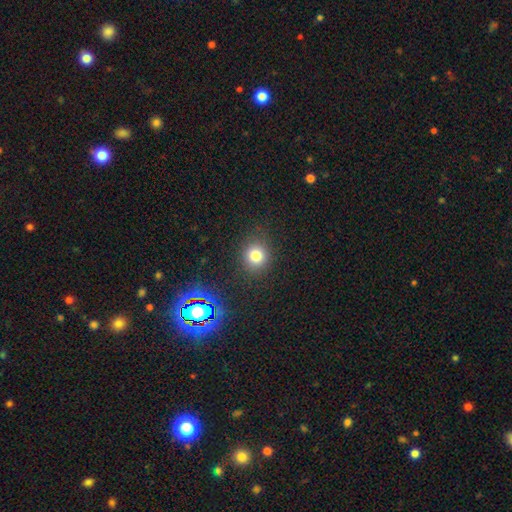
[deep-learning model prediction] Overall: smooth (77%). How rounded: round (86%). Merging: none (87%).